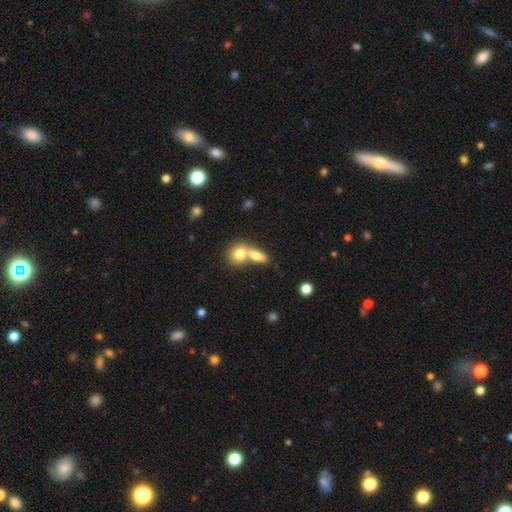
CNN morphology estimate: smooth_or_featured: smooth (p=0.74) [alt: featured or disk p=0.18]
how_rounded: in between (p=0.62) [alt: round p=0.22]
merging: merger (p=0.64) [alt: none p=0.27]